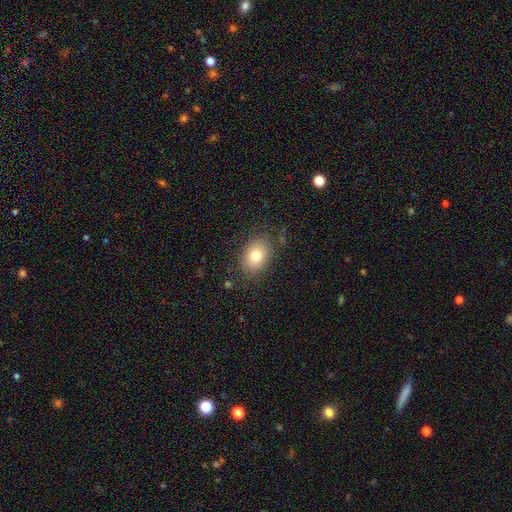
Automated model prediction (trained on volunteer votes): smooth-or-featured: smooth: 78% | featured or disk: 12% | star or artifact: 10%
  how-rounded: in between: 70% | round: 29% | cigar-shaped: 1%
  merging: none: 83% | minor disturbance: 12% | major disturbance: 4% | merger: 1%